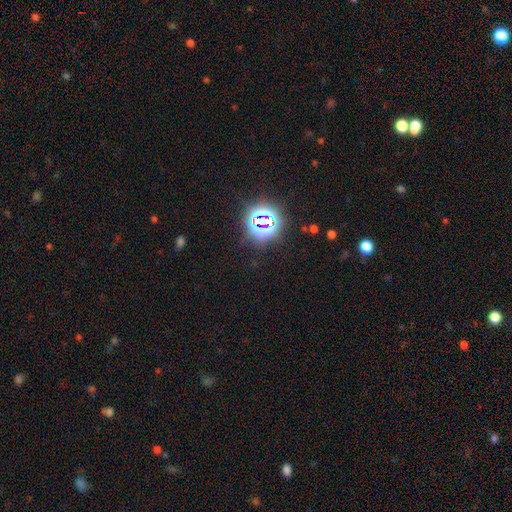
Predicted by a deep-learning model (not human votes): A star or artifact, not a galaxy (80%).

Vote fractions:
- Smooth or featured? star or artifact: 80% / smooth: 13% / featured or disk: 7%